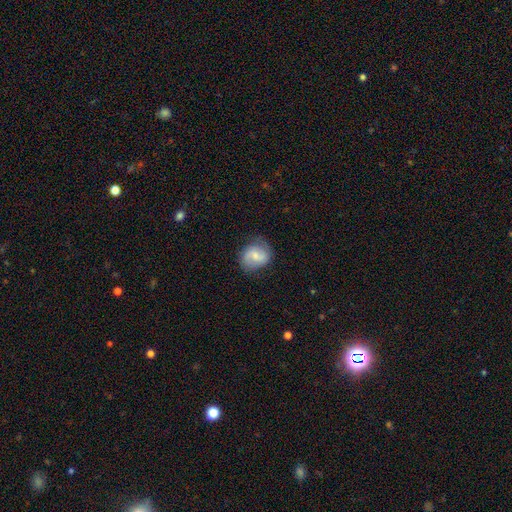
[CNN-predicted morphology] Smooth or featured? smooth (48%)
Merging? none (74%)